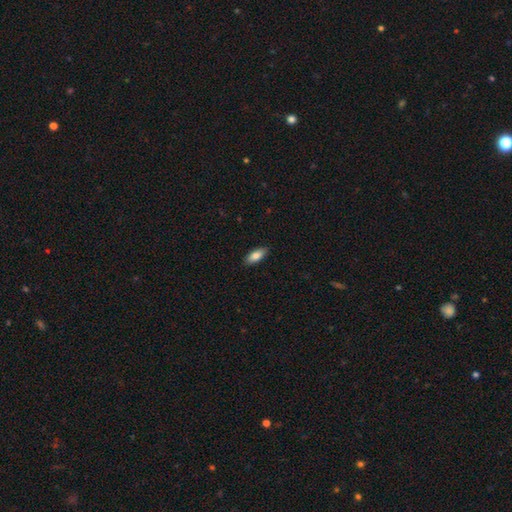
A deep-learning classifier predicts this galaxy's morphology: This appears to be a smooth galaxy with no disk features (83%) that is in between round and cigar-shaped (83%). Merging: none (89%).